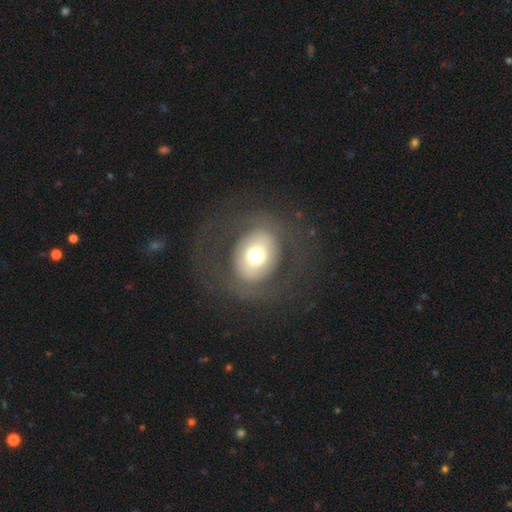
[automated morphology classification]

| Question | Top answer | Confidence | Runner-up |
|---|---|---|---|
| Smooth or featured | smooth | 54% | featured or disk (35%) |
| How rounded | round | 62% | in between (37%) |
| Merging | none | 72% | major disturbance (15%) |